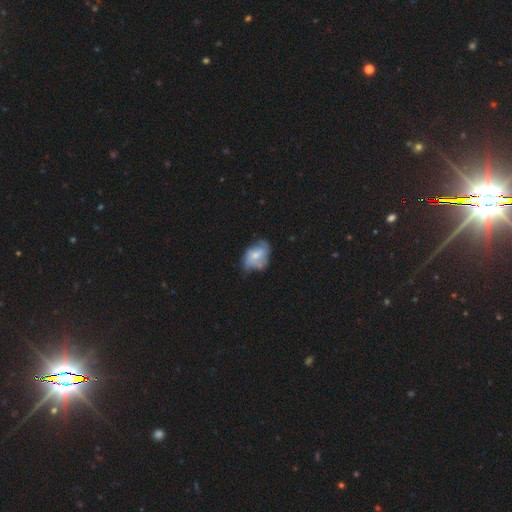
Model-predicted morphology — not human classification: This is possibly a smooth galaxy (47%). Merging: marginally none (40%).